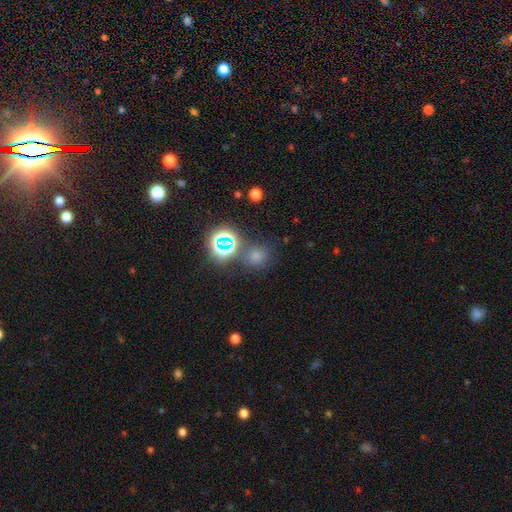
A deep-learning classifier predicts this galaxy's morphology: A smooth galaxy with no disk features (64%) that is round (87%).

Vote fractions:
- Smooth or featured? smooth: 64% / star or artifact: 30% / featured or disk: 6%
- How rounded? round: 87% / in between: 12% / cigar-shaped: 1%
- Merging? none: 74% / minor disturbance: 11% / merger: 11% / major disturbance: 5%